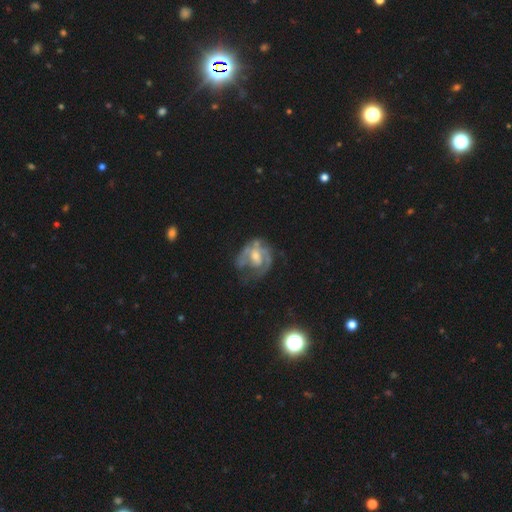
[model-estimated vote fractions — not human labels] A featured or disk galaxy (73%) with no bar (53%), 2 (34%) tight (41%) spiral arms (72%) and a moderate central bulge (52%).

Vote fractions:
- Smooth or featured? featured or disk: 73% / smooth: 20% / star or artifact: 7%
- Edge-on disk? no: 97% / yes: 3%
- Bar? no: 53% / weak: 38% / strong: 9%
- Spiral arms? yes: 72% / no: 28%
- Spiral winding? tight: 41% / medium: 40% / loose: 19%
- Spiral arm count? 2: 34% / can't tell: 31% / 1: 19% / 3: 10% / 4: 3% / more than 4: 2%
- Bulge size? moderate: 52% / small: 35% / none: 6% / large: 6% / dominant: 1%
- Merging? none: 42% / major disturbance: 29% / minor disturbance: 25% / merger: 4%